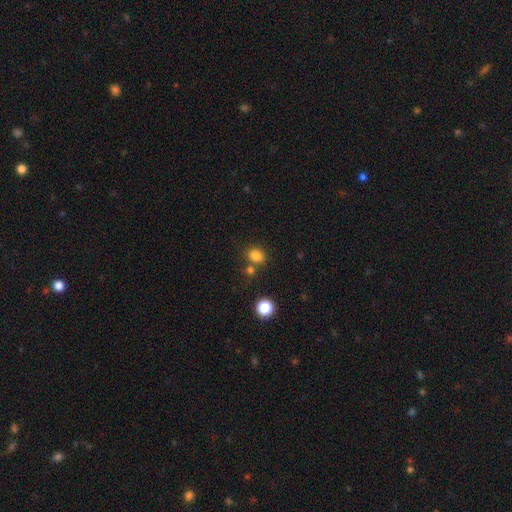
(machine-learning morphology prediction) type=smooth (82%); roundness=round (55%); merging=none (70%).